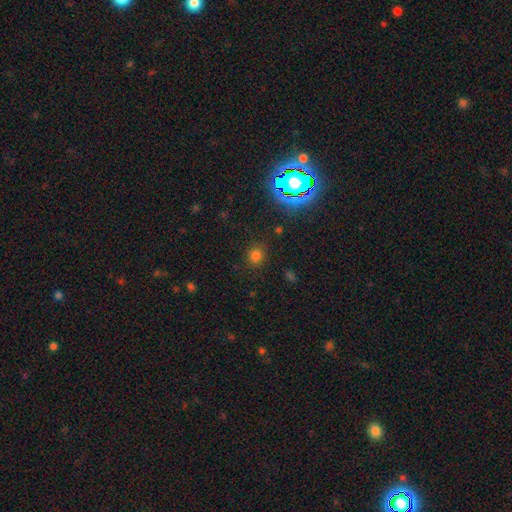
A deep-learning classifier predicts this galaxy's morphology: This appears to be a smooth galaxy with no disk features (73%) that is round (80%). Merging: none (85%).